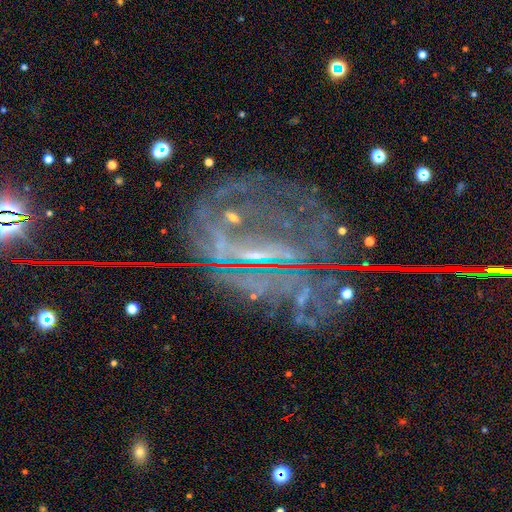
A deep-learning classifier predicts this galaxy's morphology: A featured or disk galaxy (62%) with a weak bar (41%), spiral arms (75%) and a small central bulge (50%). Merging: none (56%).